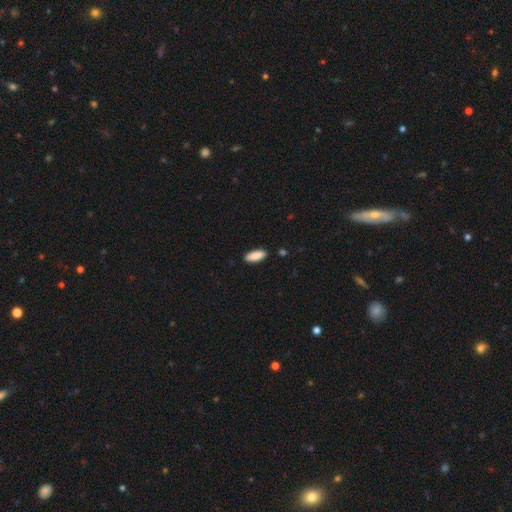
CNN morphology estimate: A smooth galaxy with no disk features (88%) that is in between round and cigar-shaped (73%).

Vote fractions:
- Smooth or featured? smooth: 88% / star or artifact: 6% / featured or disk: 6%
- How rounded? in between: 73% / cigar-shaped: 25% / round: 2%
- Merging? none: 88% / minor disturbance: 9% / major disturbance: 2% / merger: 1%